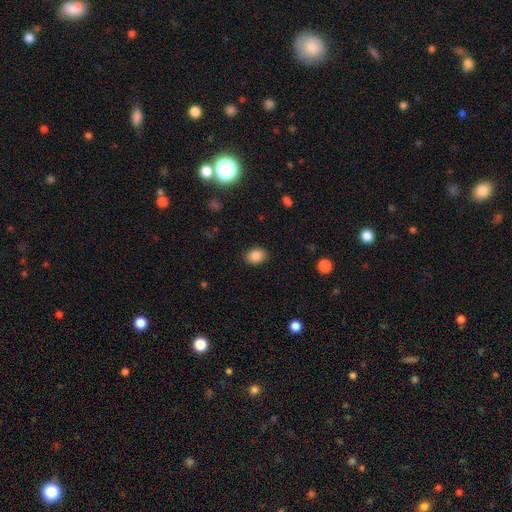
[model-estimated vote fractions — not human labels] The model was most divided on "how rounded": in between: 61%, round: 38%, cigar-shaped: 1%. More confident: merging — none (87%); smooth or featured — smooth (87%).